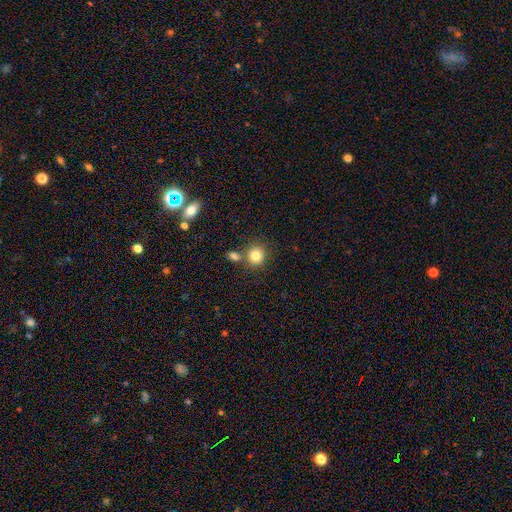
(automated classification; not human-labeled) The model was most divided on "merging": none: 68%, merger: 20%, minor disturbance: 9%, major disturbance: 3%. More confident: how rounded — round (84%); smooth or featured — smooth (82%).